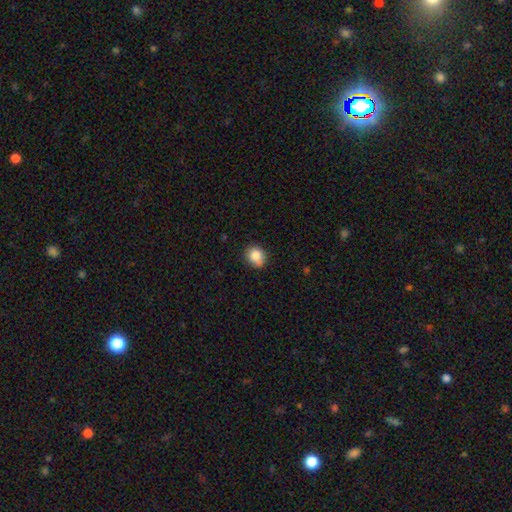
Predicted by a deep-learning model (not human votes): smooth_or_featured: smooth (p=0.84) [alt: star or artifact p=0.09]
how_rounded: round (p=0.70) [alt: in between p=0.29]
merging: none (p=0.73) [alt: minor disturbance p=0.21]